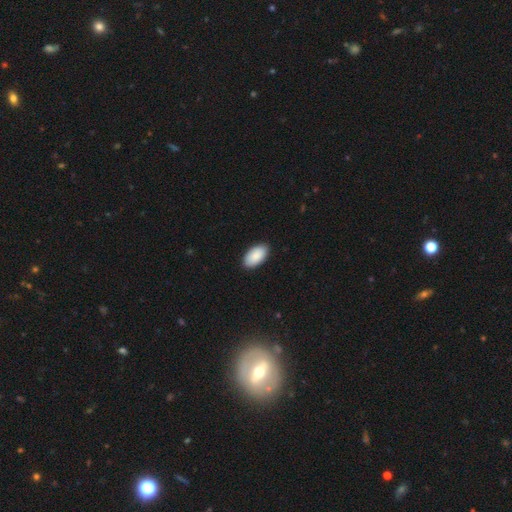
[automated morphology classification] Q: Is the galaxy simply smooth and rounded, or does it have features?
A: smooth — 90%.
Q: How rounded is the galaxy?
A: in between — 96%.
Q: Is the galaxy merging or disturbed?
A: none — 89%.